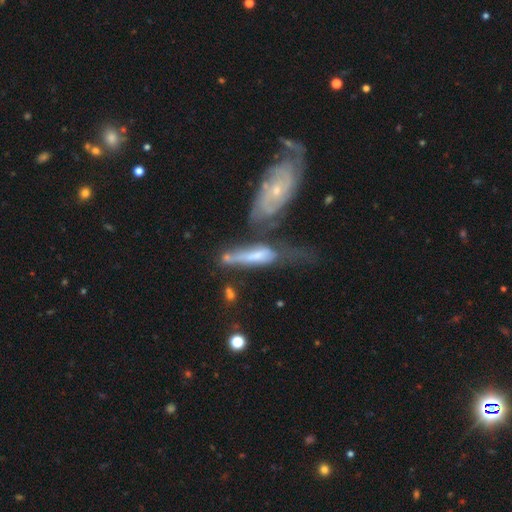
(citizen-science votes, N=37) smooth_or_featured: featured or disk (p=0.49) [alt: smooth p=0.41]
disk_edge_on: no (p=0.72) [alt: yes p=0.28]
bar: no (p=0.69) [alt: weak p=0.31]
has_spiral_arms: yes (p=0.54) [alt: no p=0.46]
spiral_winding: medium (p=0.57) [alt: tight p=0.29]
spiral_arm_count: 2 (p=0.71) [alt: 4 p=0.14]
bulge_size: small (p=0.38) [alt: moderate p=0.31]
merging: merger (p=0.30) [alt: minor disturbance p=0.27]